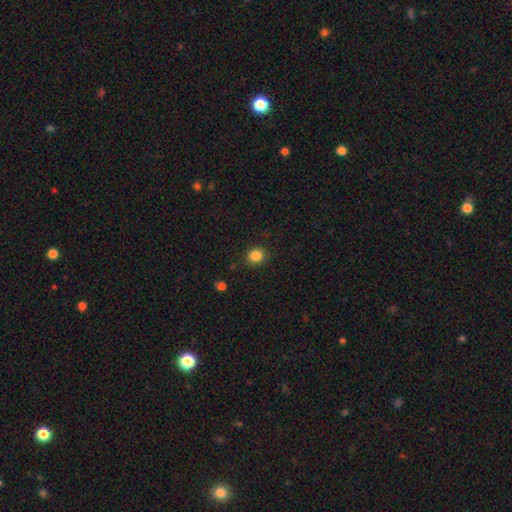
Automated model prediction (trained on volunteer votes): The model was most divided on "how rounded": round: 80%, in between: 19%, cigar-shaped: 1%. More confident: merging — none (89%); smooth or featured — smooth (85%).